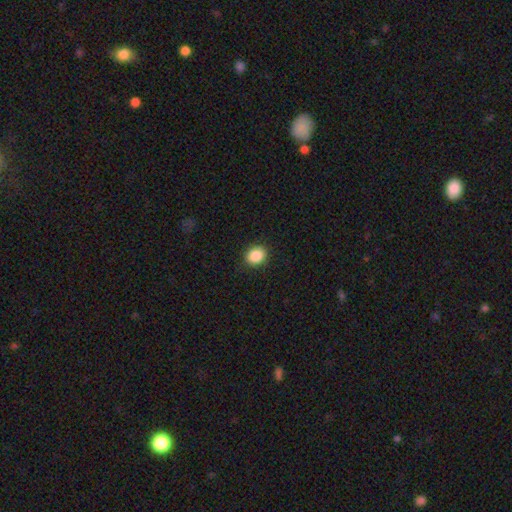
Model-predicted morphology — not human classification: A smooth galaxy with no disk features (88%) that is round (66%).

Vote fractions:
- Smooth or featured? smooth: 88% / star or artifact: 9% / featured or disk: 3%
- How rounded? round: 66% / in between: 33% / cigar-shaped: 1%
- Merging? none: 88% / minor disturbance: 9% / major disturbance: 2% / merger: 1%